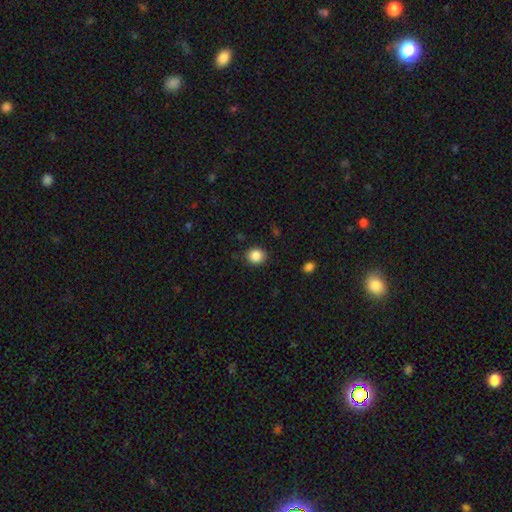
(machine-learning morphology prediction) Overall: smooth (87%). How rounded: round (80%). Merging: none (87%).